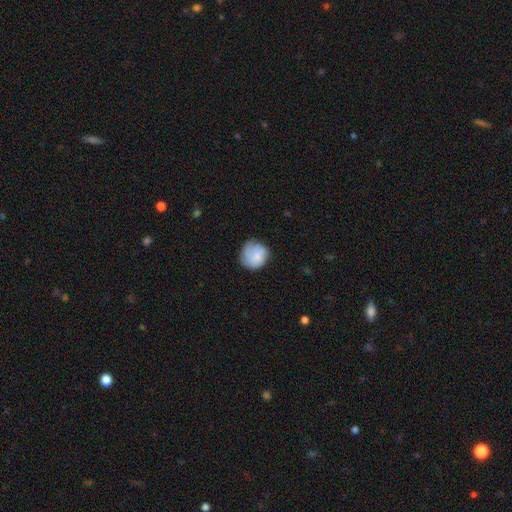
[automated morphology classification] This appears to be a smooth galaxy with no disk features (71%) that is round (85%). Merging: none (63%).